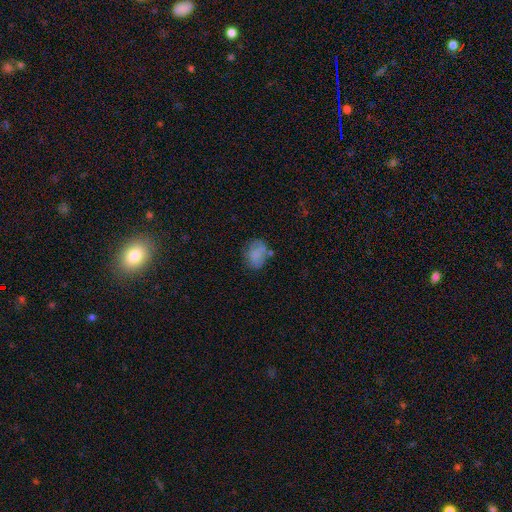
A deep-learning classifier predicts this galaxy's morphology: type=smooth (74%); roundness=in between (68%); merging=none (57%).